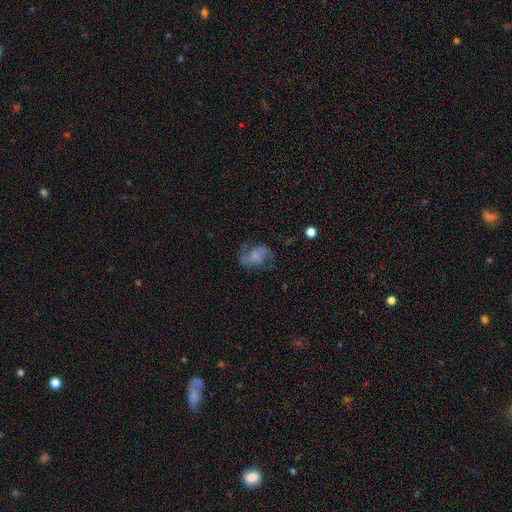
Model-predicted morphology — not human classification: The model was most divided on "smooth or featured": featured or disk: 51%, smooth: 37%, star or artifact: 11%. More confident: edge-on disk — no (97%); spiral arms — yes (73%); bar — no (67%); bulge size — none (56%); merging — none (52%).